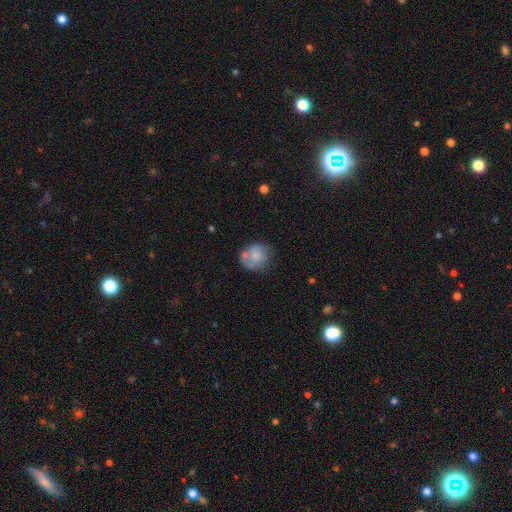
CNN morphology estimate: Smooth or featured?
  - smooth: 69% *
  - featured or disk: 23%
  - star or artifact: 8%
How rounded?
  - round: 79% *
  - in between: 20%
  - cigar-shaped: 1%
Merging?
  - none: 52% *
  - minor disturbance: 24%
  - merger: 13%
  - major disturbance: 11%